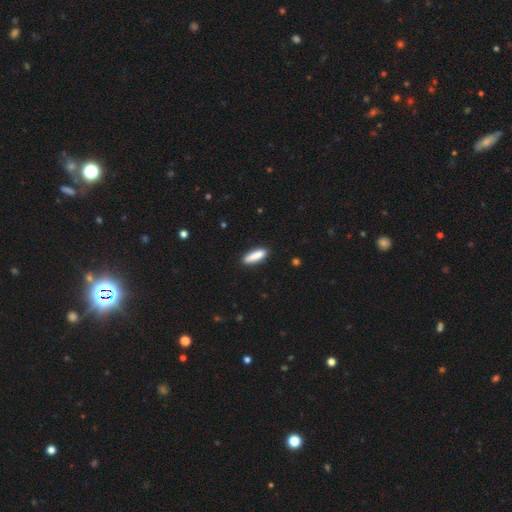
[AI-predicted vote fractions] Q: Smooth or featured?
A: smooth (85%); runner-up: featured or disk (9%)
Q: How rounded?
A: cigar-shaped (63%); runner-up: in between (35%)
Q: Merging?
A: none (86%); runner-up: minor disturbance (10%)